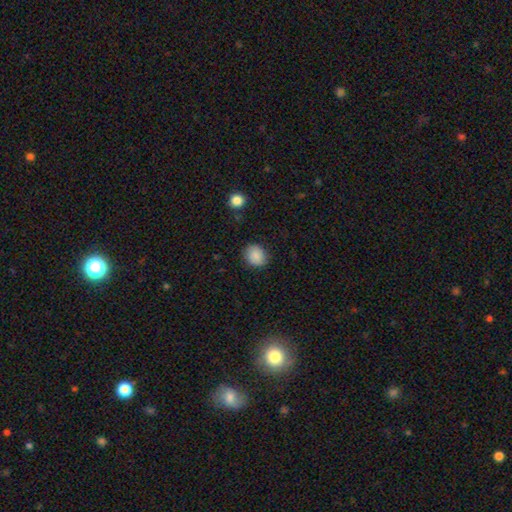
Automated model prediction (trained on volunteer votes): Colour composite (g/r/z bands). It shows a smooth galaxy with no disk features (87%) that is round (63%). Merging: none (83%).